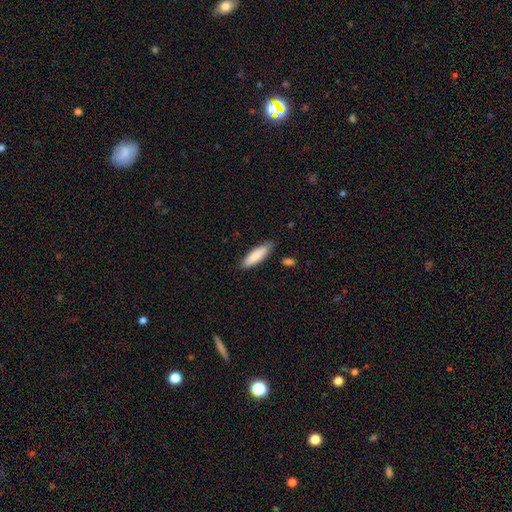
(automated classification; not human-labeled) Q: Smooth or featured?
A: smooth (86%); runner-up: featured or disk (8%)
Q: How rounded?
A: cigar-shaped (53%); runner-up: in between (46%)
Q: Merging?
A: none (82%); runner-up: minor disturbance (13%)